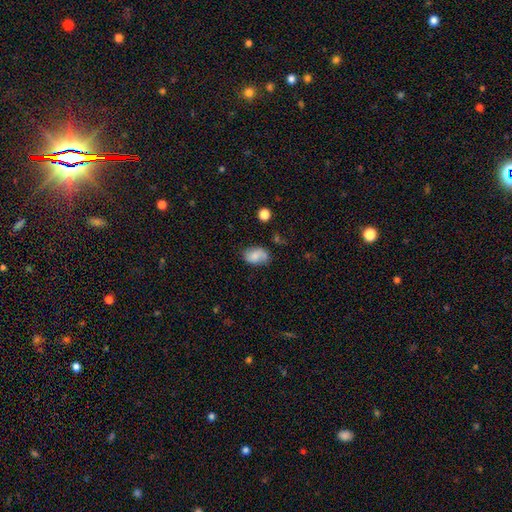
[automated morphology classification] A smooth galaxy with no disk features (67%) that is in between round and cigar-shaped (85%). Merging: none (62%).